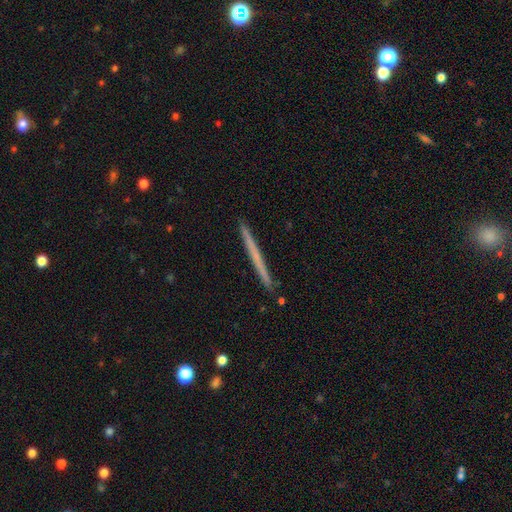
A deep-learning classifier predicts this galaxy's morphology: type=smooth (49%); merging=none (92%).